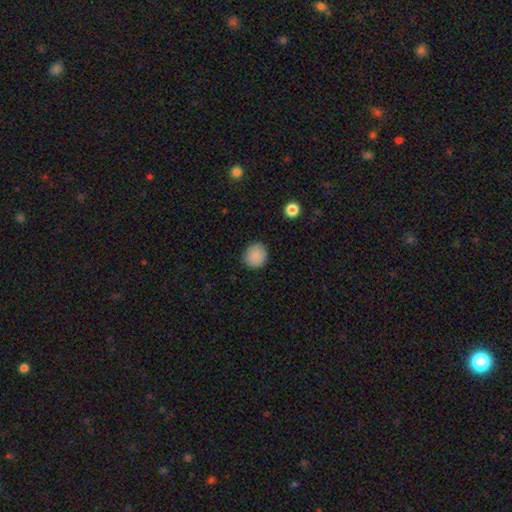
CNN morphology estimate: smooth 87%, star or artifact 8%, featured or disk 5%. Down the decision tree: how rounded — round (85%); merging — none (87%).